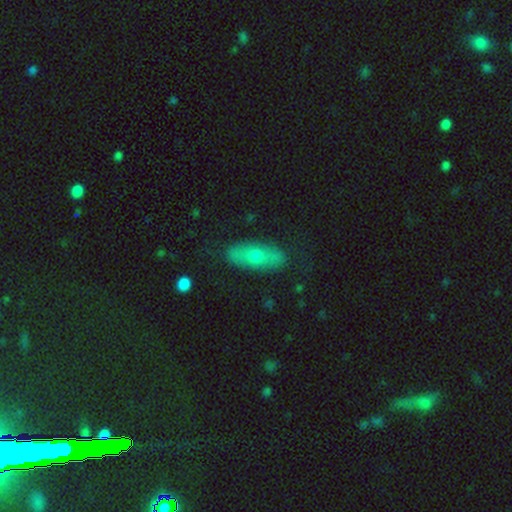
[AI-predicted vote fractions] Q: Smooth or featured?
A: smooth (61%); runner-up: featured or disk (33%)
Q: How rounded?
A: in between (73%); runner-up: cigar-shaped (23%)
Q: Merging?
A: none (82%); runner-up: minor disturbance (14%)